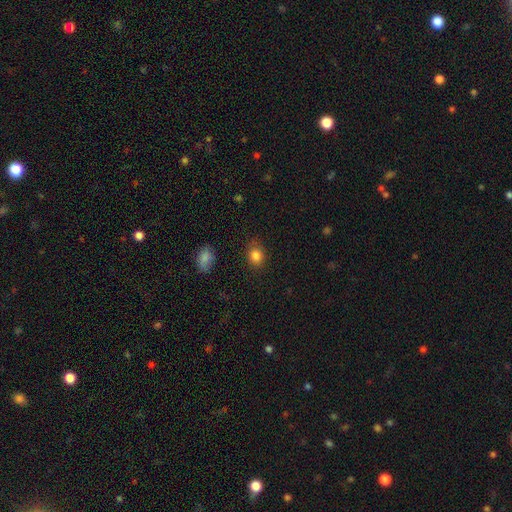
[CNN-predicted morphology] This appears to be a smooth galaxy with no disk features (85%) that is round (58%). Merging: none (82%).